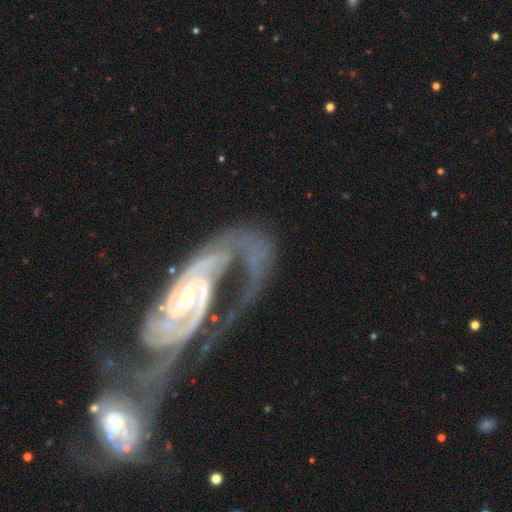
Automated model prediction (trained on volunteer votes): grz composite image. It shows a featured or disk galaxy (90%) with a weak bar (39%), 2 (67%) tight (45%) spiral arms (97%) and a small central bulge (67%). Merging: none (33%).